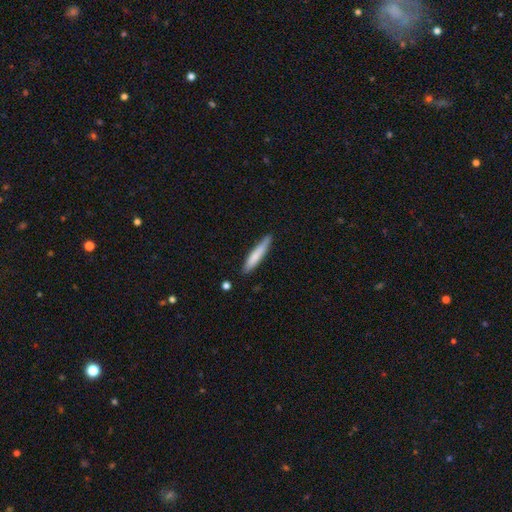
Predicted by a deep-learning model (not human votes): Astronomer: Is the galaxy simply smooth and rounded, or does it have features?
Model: smooth — 76%.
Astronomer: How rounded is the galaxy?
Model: cigar-shaped — 91%.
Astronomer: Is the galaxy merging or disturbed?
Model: none — 80%.